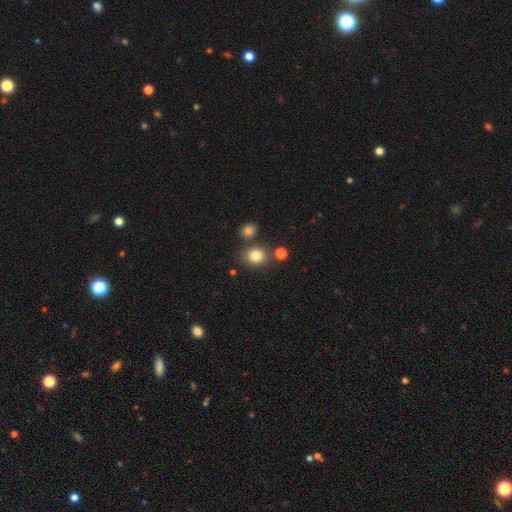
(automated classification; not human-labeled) smooth 81%, star or artifact 12%, featured or disk 7%. Down the decision tree: how rounded — round (79%); merging — none (75%).